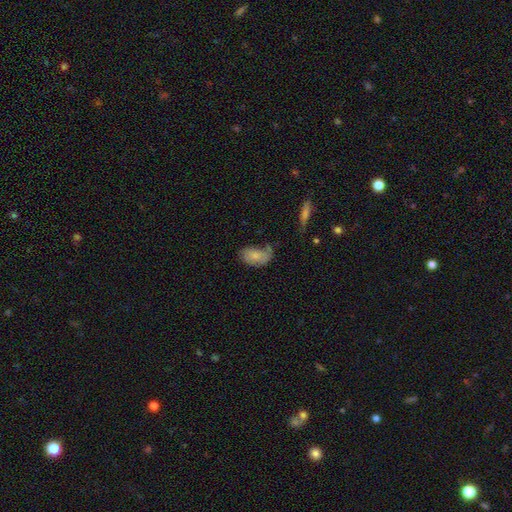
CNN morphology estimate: smooth_or_featured: smooth (p=0.74) [alt: featured or disk p=0.19]
how_rounded: in between (p=0.91) [alt: round p=0.07]
merging: none (p=0.46) [alt: minor disturbance p=0.33]